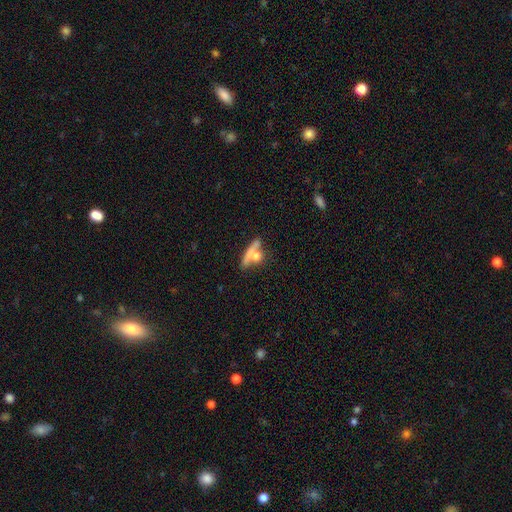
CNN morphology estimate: A smooth galaxy with no disk features (59%) that is cigar-shaped (46%).

Vote fractions:
- Smooth or featured? smooth: 59% / featured or disk: 31% / star or artifact: 10%
- How rounded? cigar-shaped: 46% / in between: 32% / round: 22%
- Merging? merger: 41% / none: 36% / minor disturbance: 12% / major disturbance: 11%